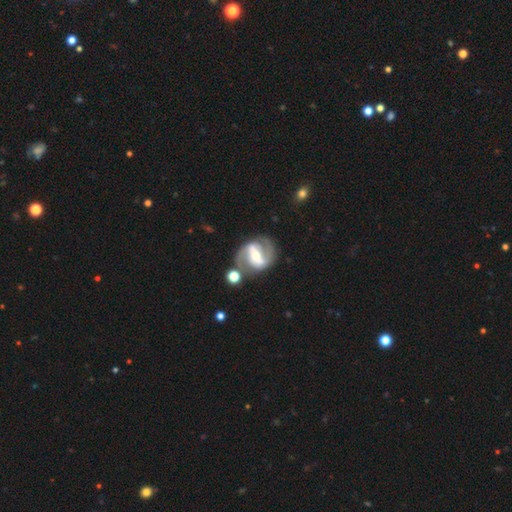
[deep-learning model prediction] featured or disk 88%, smooth 7%, star or artifact 5%. Down the decision tree: edge-on disk — no (97%); bar — strong (64%); spiral arms — yes (94%); spiral arm count — 2 (92%); spiral winding — medium (54%); bulge size — moderate (50%); merging — none (73%).